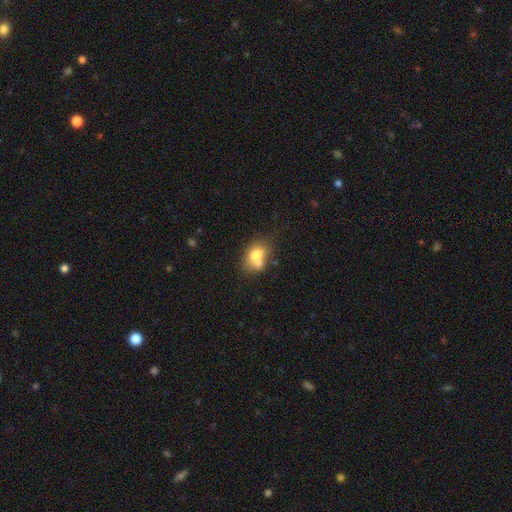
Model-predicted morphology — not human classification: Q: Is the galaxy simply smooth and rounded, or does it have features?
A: smooth — 69%.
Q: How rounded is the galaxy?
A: in between — 64%.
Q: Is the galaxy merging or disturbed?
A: merger — 45%.